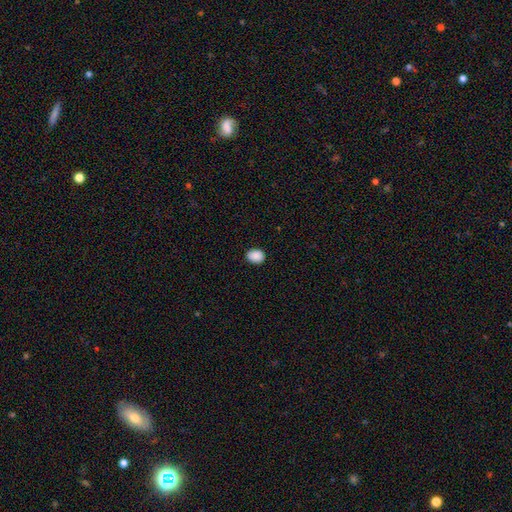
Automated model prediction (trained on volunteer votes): Smooth or featured? Predicted: smooth (p=0.89). How rounded? Predicted: in between (p=0.55). Merging? Predicted: none (p=0.88).